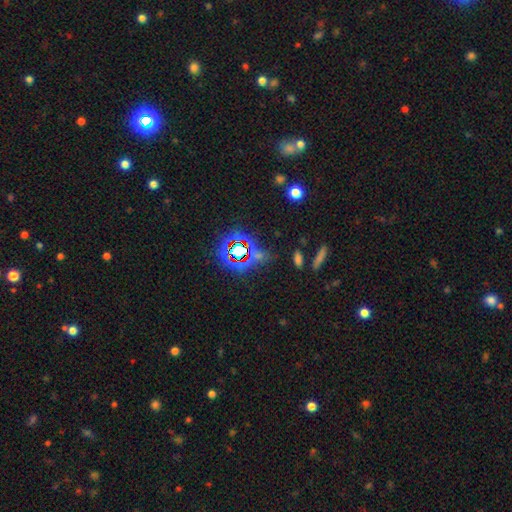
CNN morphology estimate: This appears to be a star or artifact, not a galaxy (71%).